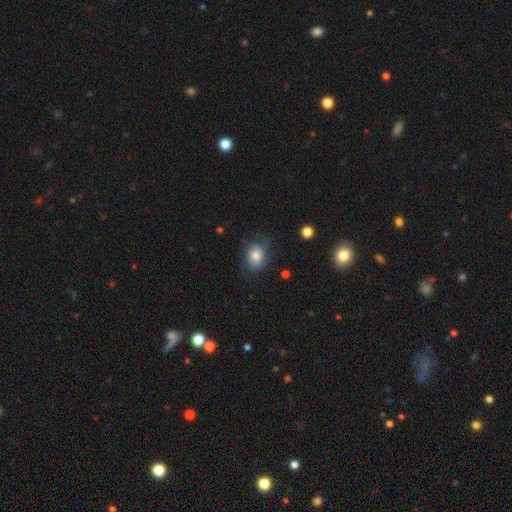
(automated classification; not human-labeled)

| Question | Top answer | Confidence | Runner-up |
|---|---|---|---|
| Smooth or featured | smooth | 74% | featured or disk (17%) |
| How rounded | in between | 63% | round (36%) |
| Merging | none | 59% | minor disturbance (27%) |